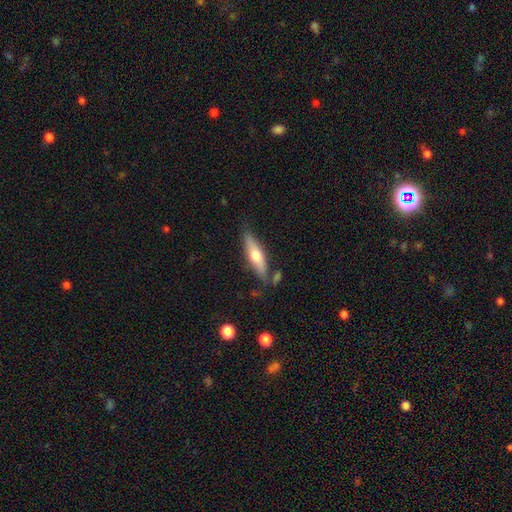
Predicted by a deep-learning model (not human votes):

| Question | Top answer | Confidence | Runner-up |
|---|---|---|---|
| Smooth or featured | smooth | 52% | featured or disk (43%) |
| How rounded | cigar-shaped | 66% | in between (32%) |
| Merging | none | 75% | minor disturbance (15%) |